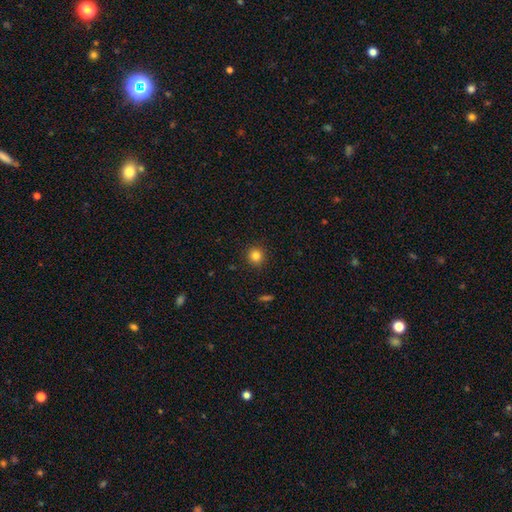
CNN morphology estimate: Smooth or featured? smooth (83%)
How rounded? round (92%)
Merging? none (91%)